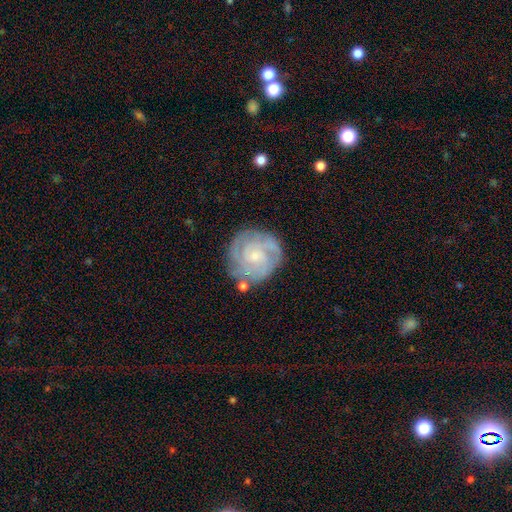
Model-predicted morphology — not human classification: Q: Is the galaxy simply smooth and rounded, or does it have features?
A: featured or disk — 79%.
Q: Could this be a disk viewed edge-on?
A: no — 98%.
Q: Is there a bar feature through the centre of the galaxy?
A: no — 68%.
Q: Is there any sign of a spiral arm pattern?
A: yes — 94%.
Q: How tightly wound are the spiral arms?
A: tight — 69%.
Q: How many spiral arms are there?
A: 3 — 32%.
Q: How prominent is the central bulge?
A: small — 69%.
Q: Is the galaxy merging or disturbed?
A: none — 75%.